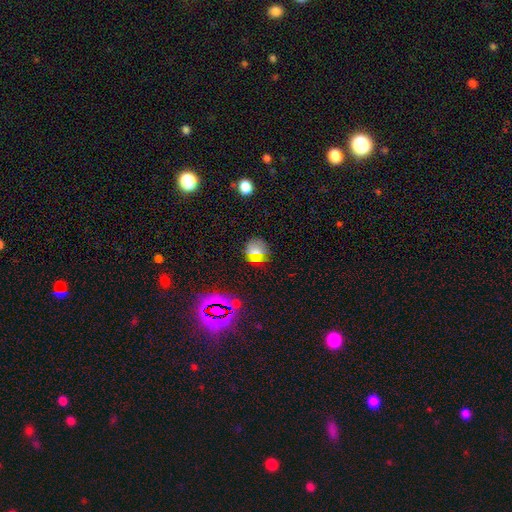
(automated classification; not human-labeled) Smooth or featured?
  - smooth: 61% *
  - star or artifact: 26%
  - featured or disk: 13%
How rounded?
  - round: 84% *
  - in between: 15%
  - cigar-shaped: 2%
Merging?
  - none: 81% *
  - minor disturbance: 12%
  - major disturbance: 4%
  - merger: 3%